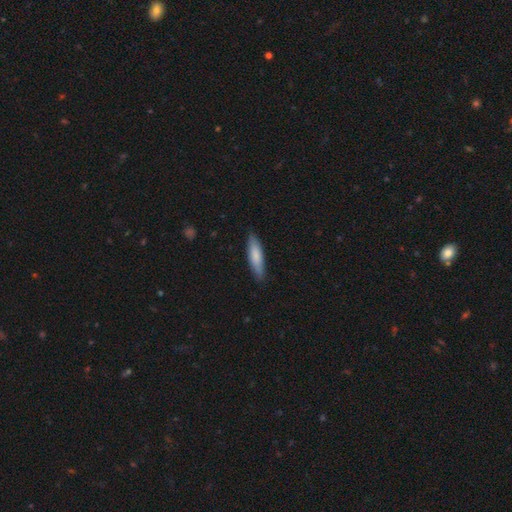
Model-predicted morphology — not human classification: smooth_or_featured: smooth (p=0.79) [alt: featured or disk p=0.16]
how_rounded: cigar-shaped (p=0.71) [alt: in between p=0.27]
merging: none (p=0.87) [alt: minor disturbance p=0.11]